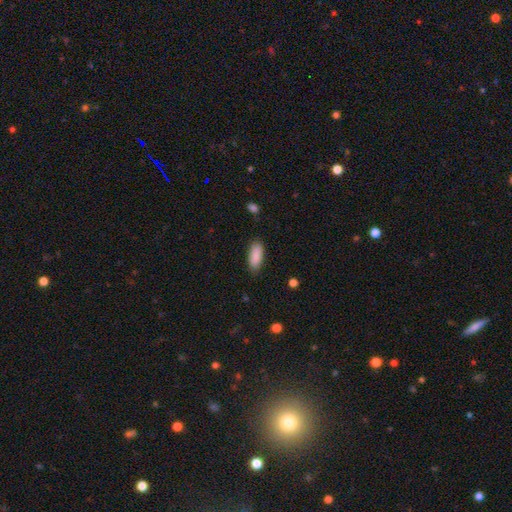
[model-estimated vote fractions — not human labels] A smooth galaxy with no disk features (89%) that is in between round and cigar-shaped (79%). Merging: none (84%).